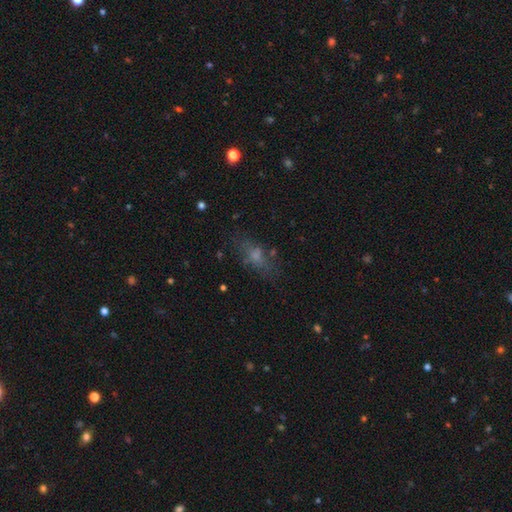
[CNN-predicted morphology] Q: Smooth or featured?
A: smooth (59%); runner-up: featured or disk (25%)
Q: How rounded?
A: in between (68%); runner-up: cigar-shaped (24%)
Q: Merging?
A: none (64%); runner-up: minor disturbance (19%)